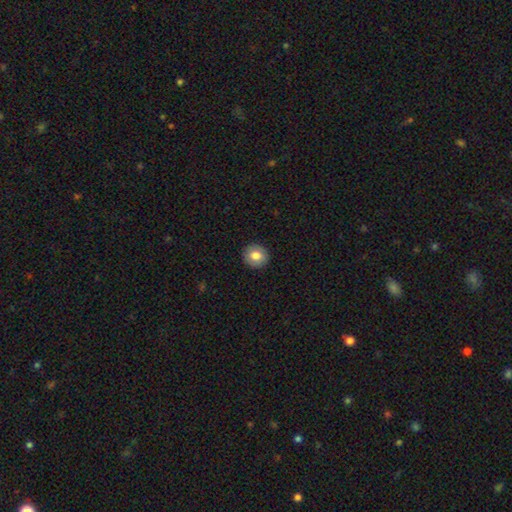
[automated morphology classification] A smooth galaxy with no disk features (79%) that is round (87%).

Vote fractions:
- Smooth or featured? smooth: 79% / featured or disk: 12% / star or artifact: 8%
- How rounded? round: 87% / in between: 12% / cigar-shaped: 1%
- Merging? none: 92% / minor disturbance: 6% / major disturbance: 2% / merger: 1%